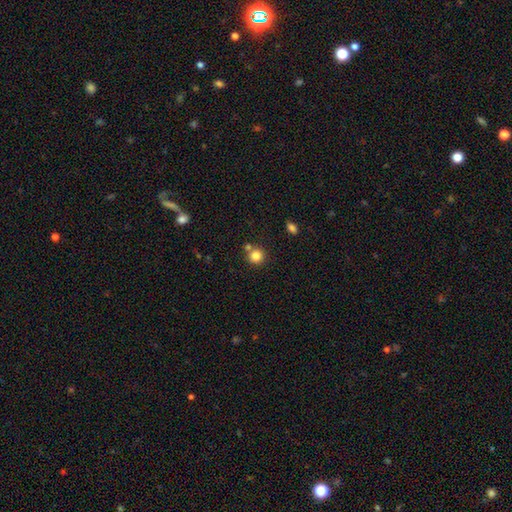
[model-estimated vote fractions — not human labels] smooth 82%, star or artifact 11%, featured or disk 6%. Down the decision tree: how rounded — round (93%); merging — none (70%).